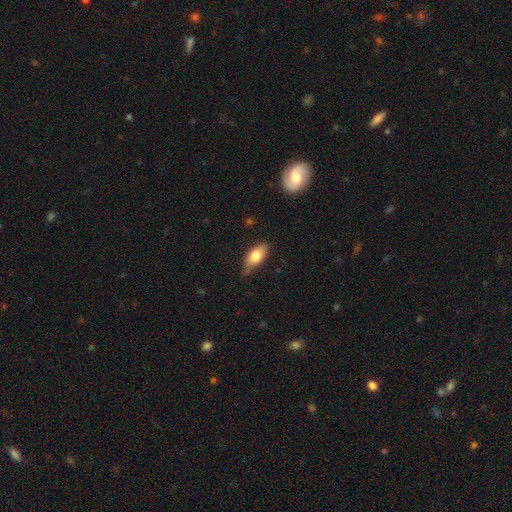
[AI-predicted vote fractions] Morphology: type=smooth (74%); roundness=in between (85%); merging=none (65%).